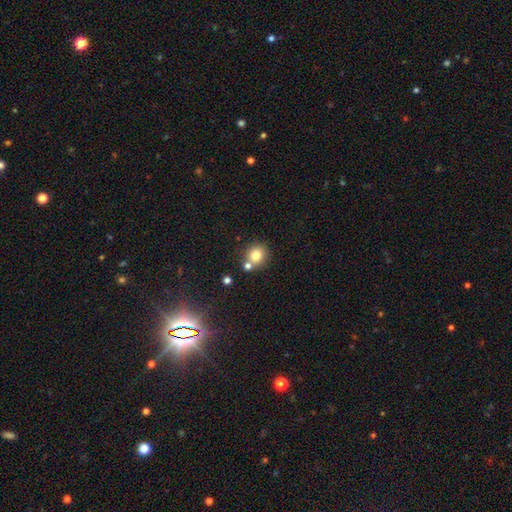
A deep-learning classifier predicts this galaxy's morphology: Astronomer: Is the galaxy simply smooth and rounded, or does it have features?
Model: smooth — 78%.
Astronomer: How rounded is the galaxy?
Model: round — 88%.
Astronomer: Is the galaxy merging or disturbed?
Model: none — 65%.